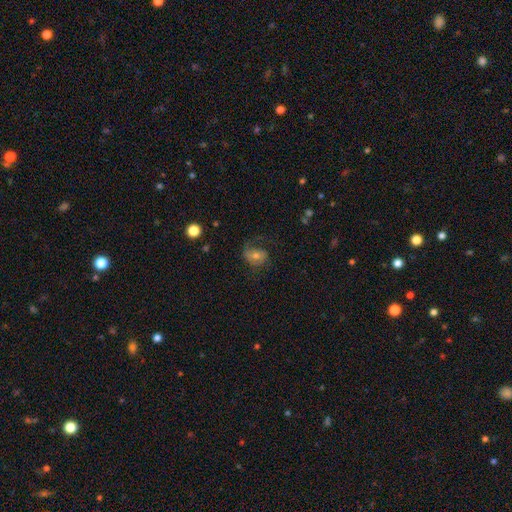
This is possibly a featured or disk galaxy (55%). It is likely not viewed edge-on (76%). Bar: marginally no (44%). Spiral arm pattern: clearly yes (94%). Spiral arm count: likely 1 (73%). Spiral winding: likely loose (73%). Central bulge: marginally moderate (44%, tied with small). Merging: marginally major disturbance (41%).